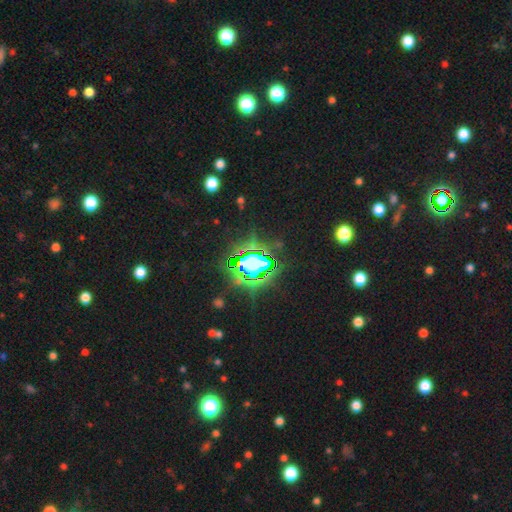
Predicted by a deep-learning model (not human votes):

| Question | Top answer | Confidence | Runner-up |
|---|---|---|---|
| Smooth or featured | star or artifact | 83% | smooth (10%) |